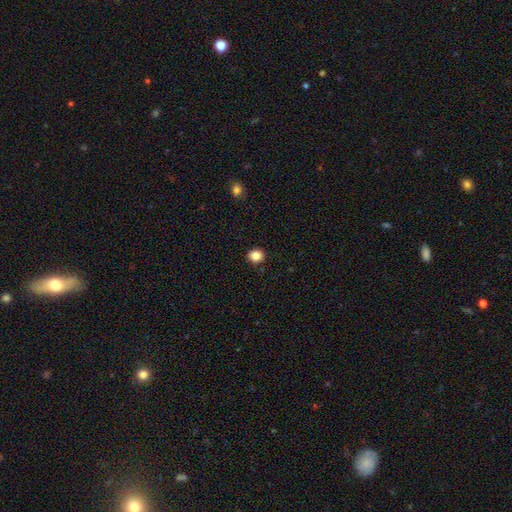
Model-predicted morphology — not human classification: Smooth or featured: smooth — 86% (star or artifact — 10%)
How rounded: round — 79% (in between — 20%)
Merging: none — 92% (minor disturbance — 6%)